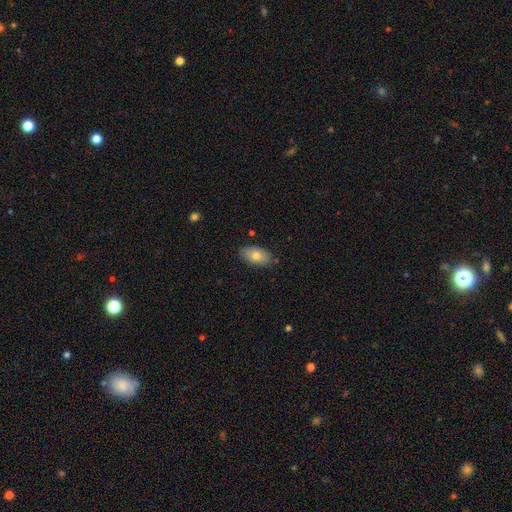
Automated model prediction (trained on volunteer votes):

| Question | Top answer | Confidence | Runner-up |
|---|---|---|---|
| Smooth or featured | smooth | 74% | featured or disk (19%) |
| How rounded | in between | 92% | round (6%) |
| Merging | none | 83% | minor disturbance (13%) |